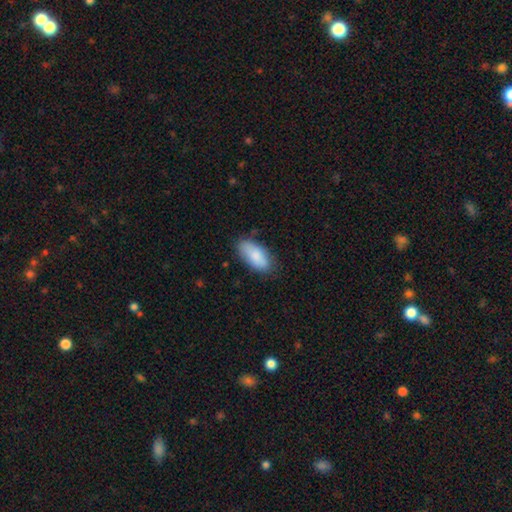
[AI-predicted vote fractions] A smooth galaxy with no disk features (85%) that is in between round and cigar-shaped (89%).

Vote fractions:
- Smooth or featured? smooth: 85% / featured or disk: 9% / star or artifact: 6%
- How rounded? in between: 89% / cigar-shaped: 9% / round: 2%
- Merging? none: 76% / minor disturbance: 19% / major disturbance: 4% / merger: 2%